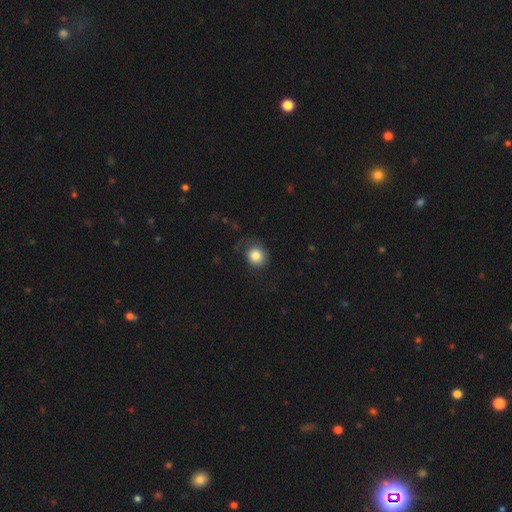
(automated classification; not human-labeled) Morphology: type=smooth (81%); roundness=round (81%); merging=none (64%).